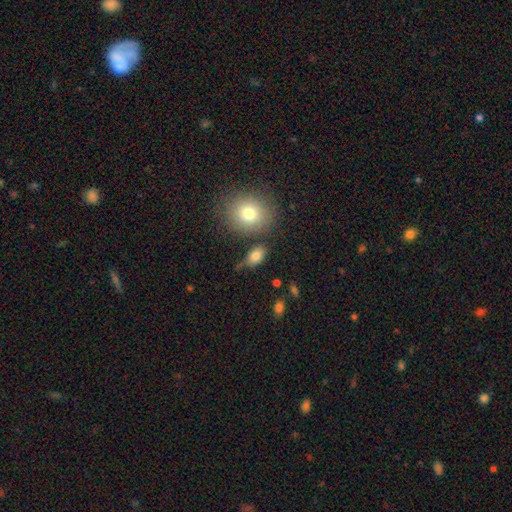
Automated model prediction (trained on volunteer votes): A smooth galaxy with no disk features (82%) that is in between round and cigar-shaped (86%).

Vote fractions:
- Smooth or featured? smooth: 82% / star or artifact: 9% / featured or disk: 9%
- How rounded? in between: 86% / round: 12% / cigar-shaped: 2%
- Merging? none: 65% / minor disturbance: 20% / merger: 9% / major disturbance: 6%